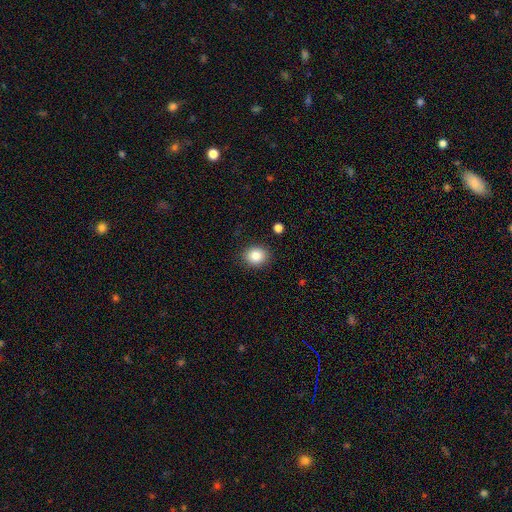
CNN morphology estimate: Smooth or featured? Predicted: smooth (p=0.84). How rounded? Predicted: round (p=0.68). Merging? Predicted: none (p=0.88).